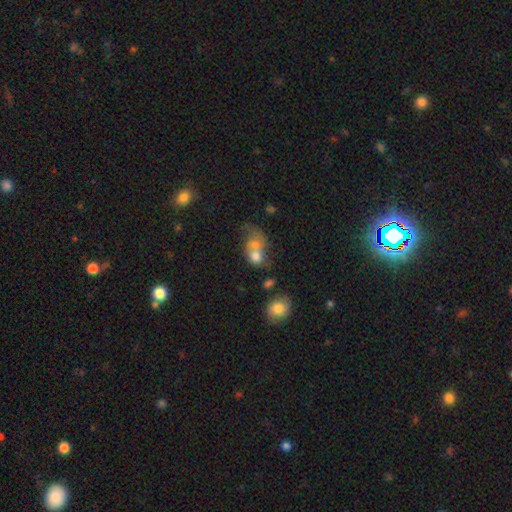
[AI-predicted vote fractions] This is likely a smooth galaxy (68%). How rounded: possibly round (49%, tied with in between). Merging: likely merger (61%).